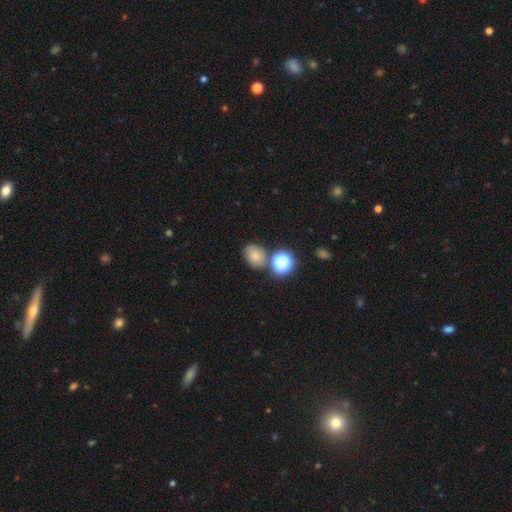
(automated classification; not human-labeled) Smooth or featured? Predicted: smooth (p=0.72). How rounded? Predicted: in between (p=0.51). Merging? Predicted: none (p=0.71).